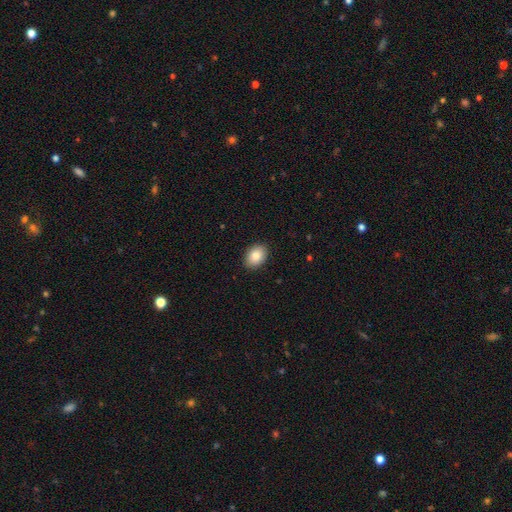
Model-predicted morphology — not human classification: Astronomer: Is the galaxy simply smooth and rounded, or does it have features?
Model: smooth — 85%.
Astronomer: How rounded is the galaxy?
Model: in between — 77%.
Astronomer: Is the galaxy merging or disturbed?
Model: none — 90%.